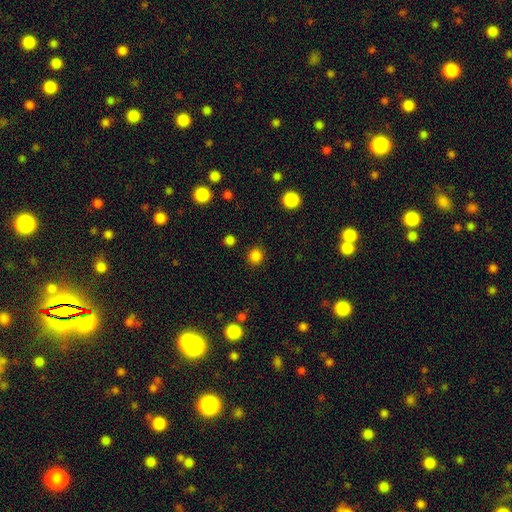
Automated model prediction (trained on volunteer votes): smooth 83%, star or artifact 14%, featured or disk 3%. Down the decision tree: how rounded — round (88%); merging — none (88%).